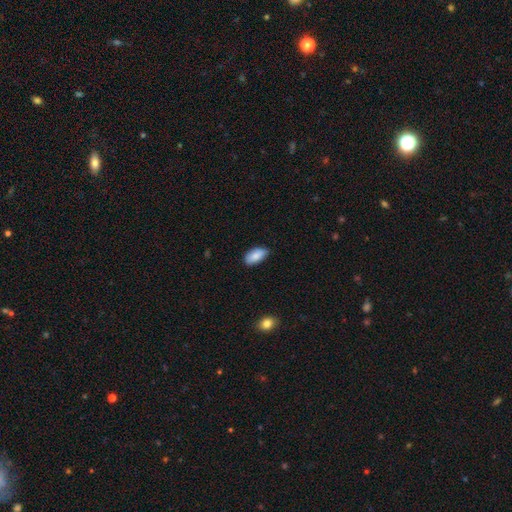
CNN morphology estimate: A smooth galaxy with no disk features (85%) that is in between round and cigar-shaped (93%). Merging: none (80%).